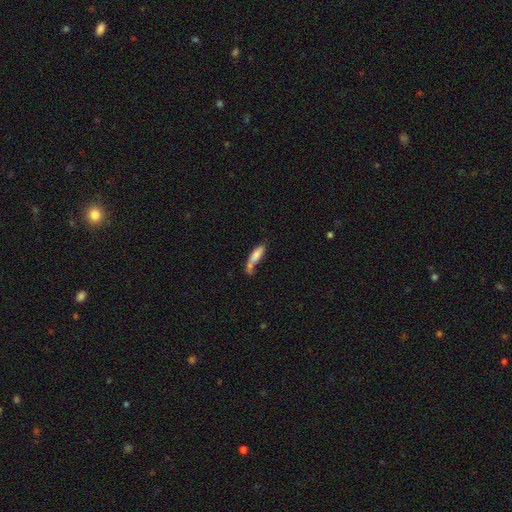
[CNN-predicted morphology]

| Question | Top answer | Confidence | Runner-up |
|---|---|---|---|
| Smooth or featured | smooth | 75% | featured or disk (17%) |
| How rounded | cigar-shaped | 55% | in between (43%) |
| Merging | merger | 41% | none (33%) |